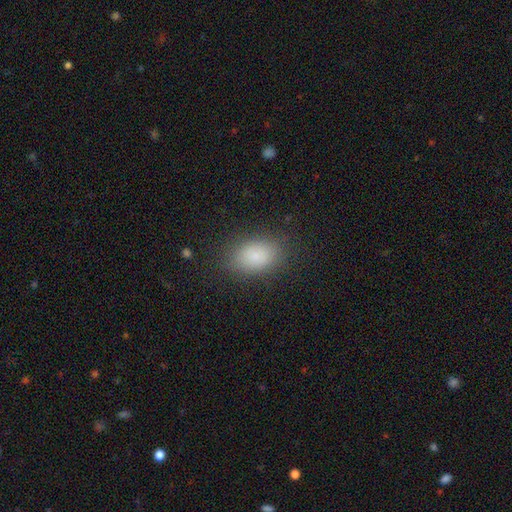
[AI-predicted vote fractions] Smooth or featured?
  - smooth: 83% *
  - star or artifact: 9%
  - featured or disk: 7%
How rounded?
  - in between: 84% *
  - round: 14%
  - cigar-shaped: 2%
Merging?
  - none: 83% *
  - minor disturbance: 11%
  - major disturbance: 4%
  - merger: 1%